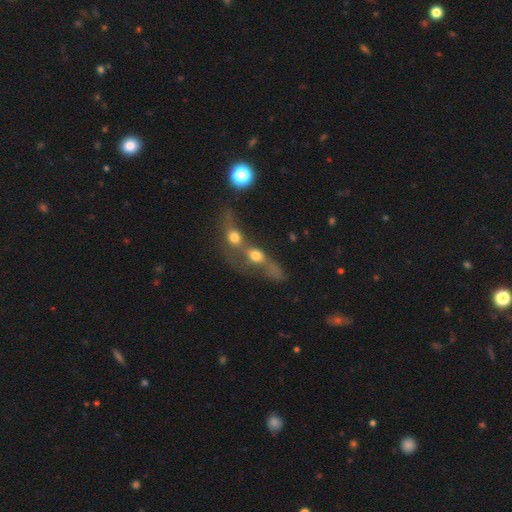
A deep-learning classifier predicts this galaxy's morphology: smooth 55%, featured or disk 30%, star or artifact 15%. Down the decision tree: how rounded — in between (46%); merging — merger (77%).